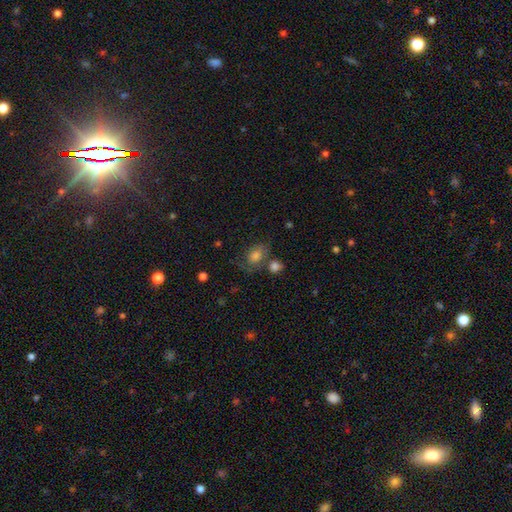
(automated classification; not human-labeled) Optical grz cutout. It shows a smooth galaxy with no disk features (66%) that is in between round and cigar-shaped (64%). Merging: none (53%).